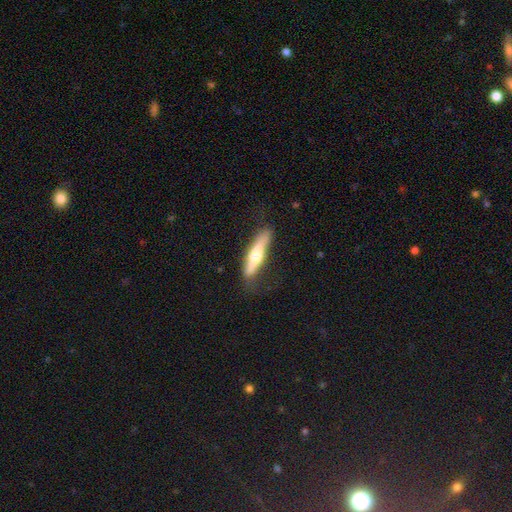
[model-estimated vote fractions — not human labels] This appears to be a smooth galaxy with no disk features (51%) that is cigar-shaped (83%). Merging: none (74%).